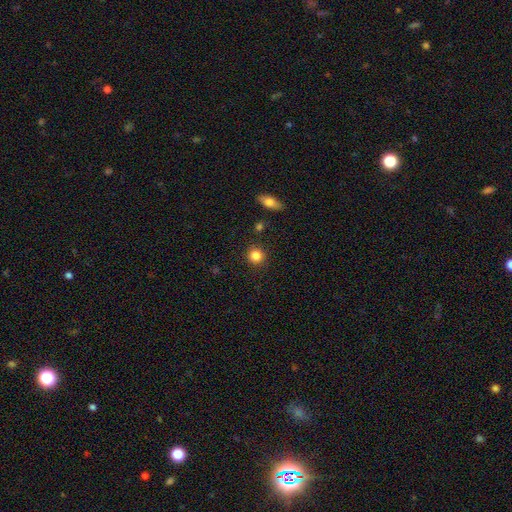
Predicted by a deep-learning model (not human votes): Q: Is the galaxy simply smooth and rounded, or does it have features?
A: smooth — 84%.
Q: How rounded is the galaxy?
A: round — 91%.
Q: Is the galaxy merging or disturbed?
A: none — 88%.